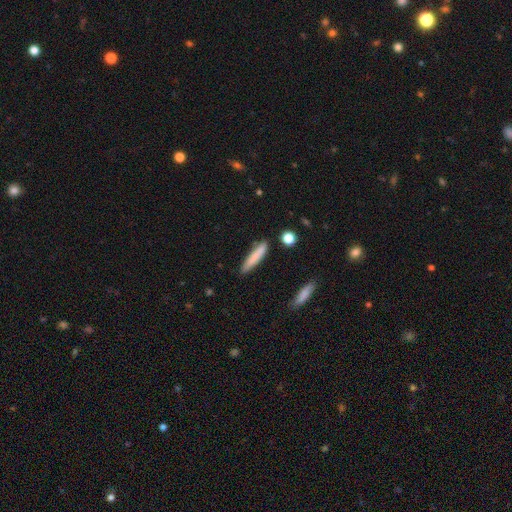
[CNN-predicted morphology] This appears to be a smooth galaxy with no disk features (80%) that is cigar-shaped (89%). Merging: none (83%).